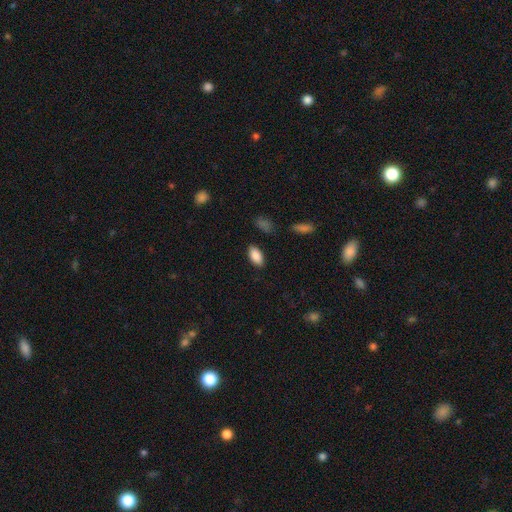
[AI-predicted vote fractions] smooth 87%, star or artifact 7%, featured or disk 6%. Down the decision tree: how rounded — in between (93%); merging — none (86%).